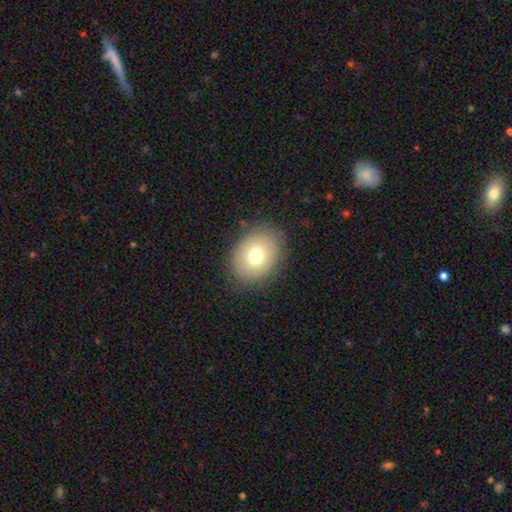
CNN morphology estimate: smooth 72%, featured or disk 18%, star or artifact 10%. Down the decision tree: how rounded — in between (63%); merging — none (84%).